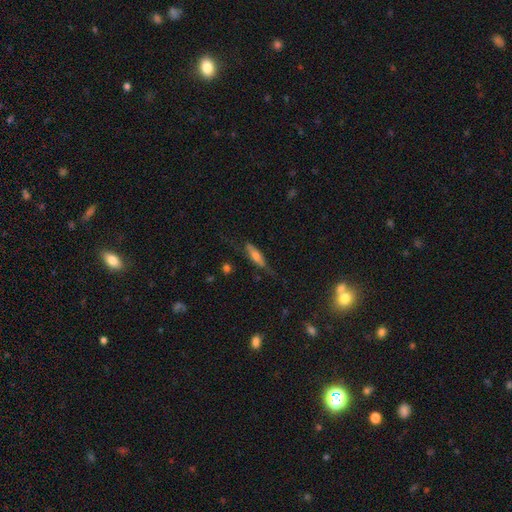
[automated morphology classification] smooth_or_featured: featured or disk (p=0.47) [alt: smooth p=0.44]
merging: none (p=0.64) [alt: minor disturbance p=0.23]